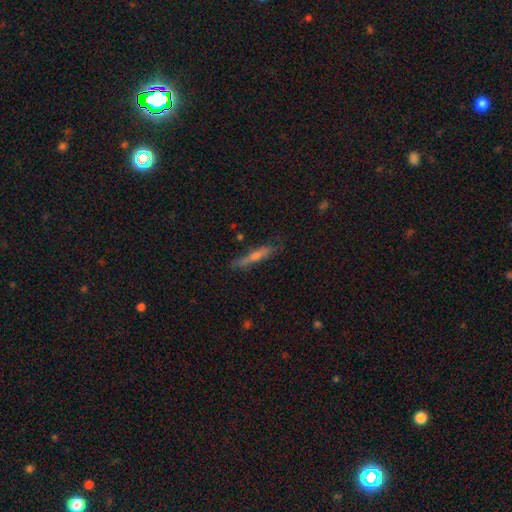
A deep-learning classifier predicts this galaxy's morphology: Q: Smooth or featured?
A: featured or disk (50%); runner-up: smooth (42%)
Q: Edge-on disk?
A: yes (87%); runner-up: no (13%)
Q: Merging?
A: none (77%); runner-up: minor disturbance (17%)